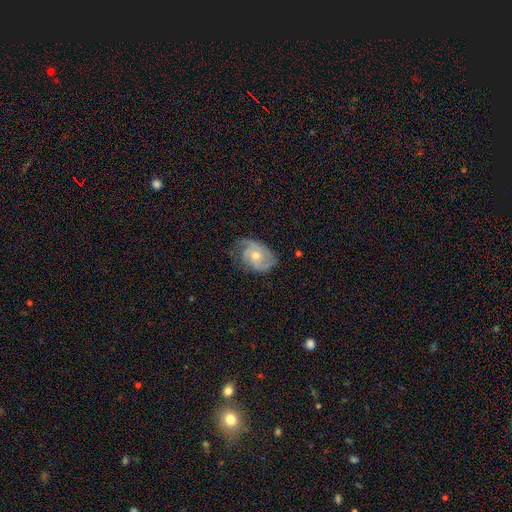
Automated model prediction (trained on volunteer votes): smooth-or-featured: featured or disk: 77% | smooth: 17% | star or artifact: 7%
  disk-edge-on: no: 97% | yes: 3%
    bar: no: 72% | weak: 23% | strong: 4%
    has-spiral-arms: yes: 92% | no: 8%
      spiral-winding: tight: 46% | medium: 39% | loose: 15%
      spiral-arm-count: 2: 48% | can't tell: 21% | 3: 18% | 1: 6% | 4: 3% | more than 4: 3%
    bulge-size: moderate: 56% | small: 39% | large: 2% | none: 1% | dominant: 1%
  merging: none: 61% | minor disturbance: 27% | major disturbance: 11% | merger: 1%